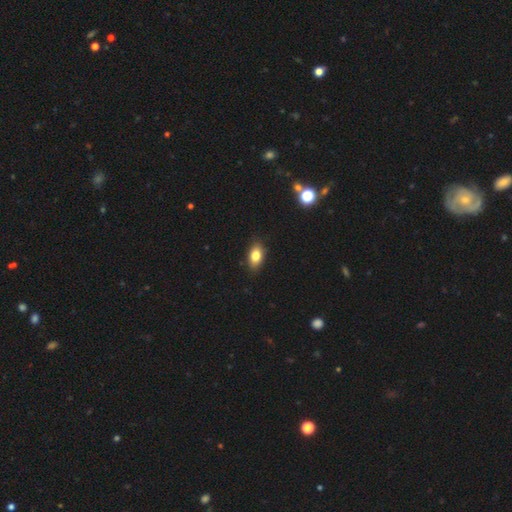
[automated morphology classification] smooth_or_featured: smooth (p=0.81) [alt: featured or disk p=0.10]
how_rounded: in between (p=0.87) [alt: round p=0.10]
merging: none (p=0.86) [alt: minor disturbance p=0.11]